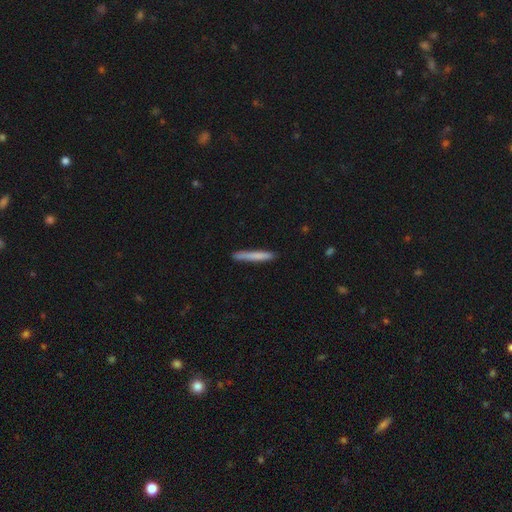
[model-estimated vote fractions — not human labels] Smooth or featured: smooth — 77% (featured or disk — 18%)
How rounded: cigar-shaped — 96% (in between — 3%)
Merging: none — 87% (minor disturbance — 10%)